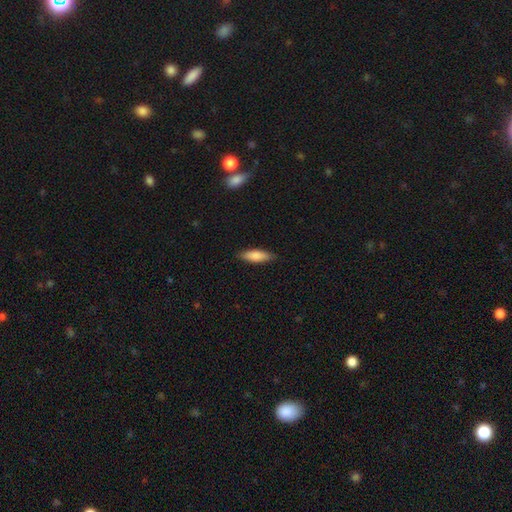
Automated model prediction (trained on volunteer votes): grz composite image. It shows a smooth galaxy with no disk features (83%) that is in between round and cigar-shaped (55%). Merging: none (86%).